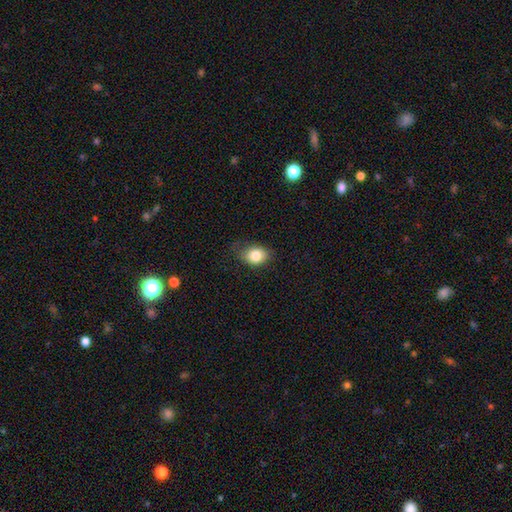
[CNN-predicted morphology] smooth 83%, star or artifact 9%, featured or disk 8%. Down the decision tree: how rounded — in between (65%); merging — none (71%).